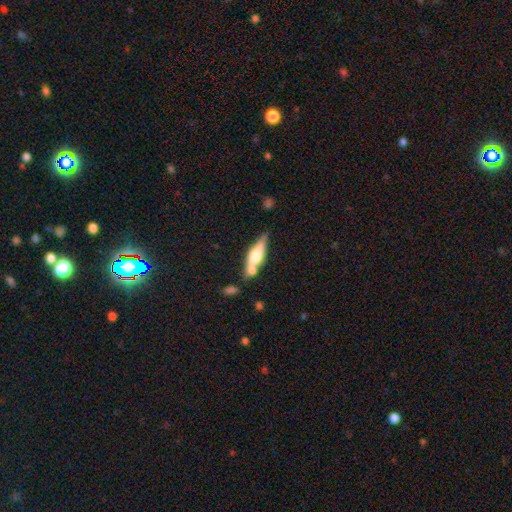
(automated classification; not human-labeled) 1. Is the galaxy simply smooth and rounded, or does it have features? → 48% featured or disk, 46% smooth, 6% star or artifact.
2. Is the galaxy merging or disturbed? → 54% none, 23% merger, 18% minor disturbance, 5% major disturbance.